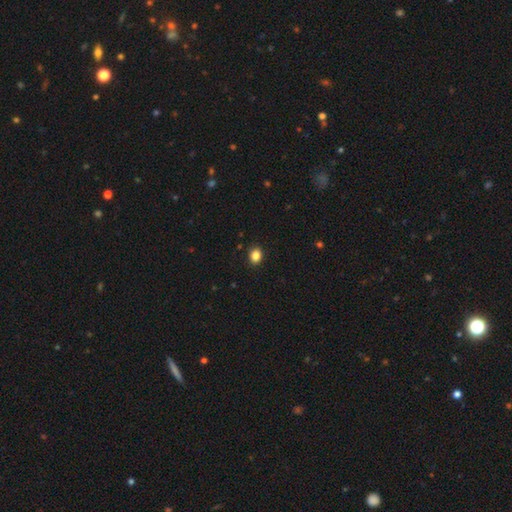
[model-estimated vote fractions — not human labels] Smooth or featured? smooth (86%)
How rounded? in between (50%)
Merging? none (90%)